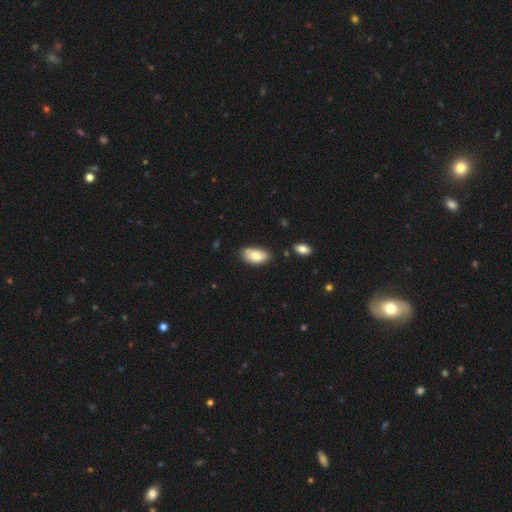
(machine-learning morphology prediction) Smooth or featured? Predicted: smooth (p=0.82). How rounded? Predicted: in between (p=0.94). Merging? Predicted: none (p=0.74).